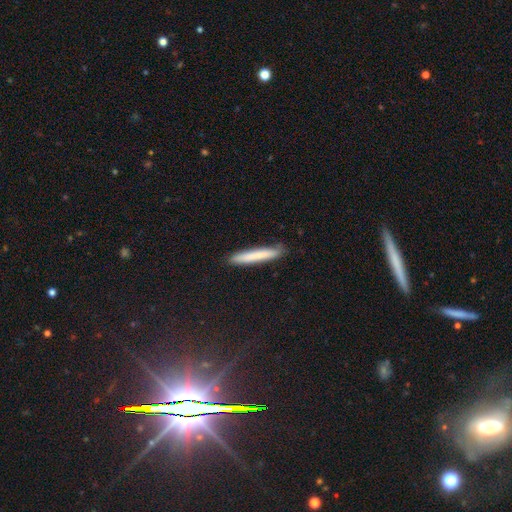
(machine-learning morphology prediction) Smooth or featured?
  - smooth: 75% *
  - featured or disk: 19%
  - star or artifact: 7%
How rounded?
  - cigar-shaped: 95% *
  - in between: 4%
  - round: 1%
Merging?
  - none: 87% *
  - minor disturbance: 10%
  - major disturbance: 2%
  - merger: 1%